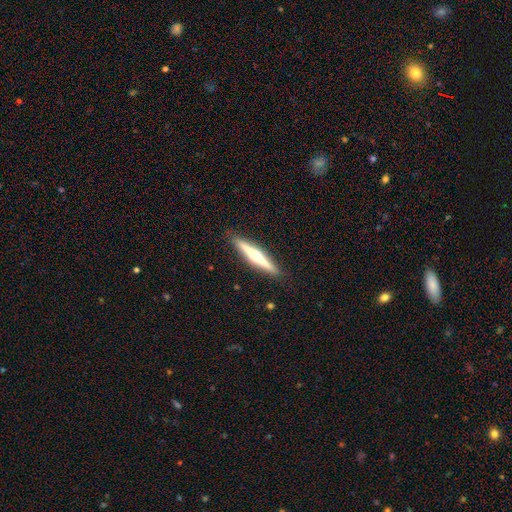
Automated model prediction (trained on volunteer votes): Smooth or featured? Predicted: featured or disk (p=0.67). Edge-on disk? Predicted: yes (p=0.98). Edge-on bulge? Predicted: rounded (p=0.86). Merging? Predicted: none (p=0.91).